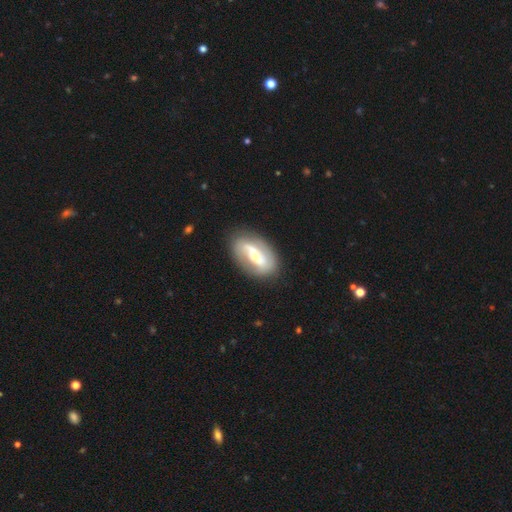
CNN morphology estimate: A featured or disk galaxy (69%) with a strong bar (40%), spiral arms (74%) and a small central bulge (50%). Merging: none (78%).